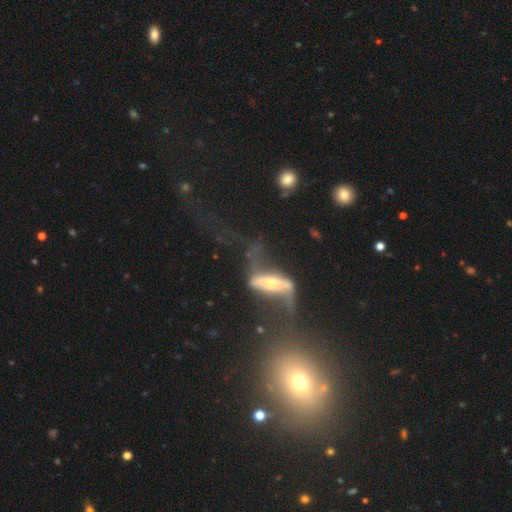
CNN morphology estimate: A featured or disk galaxy (77%) with a strong bar (53%), spiral arms (77%) and a moderate central bulge (47%).

Vote fractions:
- Smooth or featured? featured or disk: 77% / smooth: 13% / star or artifact: 9%
- Edge-on disk? no: 66% / yes: 34%
- Bar? strong: 53% / weak: 24% / no: 23%
- Spiral arms? yes: 77% / no: 23%
- Bulge size? moderate: 47% / small: 34% / large: 10% / none: 6% / dominant: 3%
- Merging? major disturbance: 38% / none: 31% / merger: 16% / minor disturbance: 15%